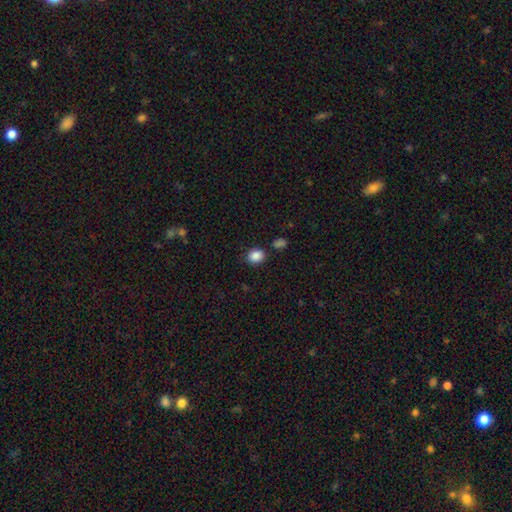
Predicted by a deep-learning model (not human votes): A smooth galaxy with no disk features (87%) that is round (59%). Merging: none (82%).